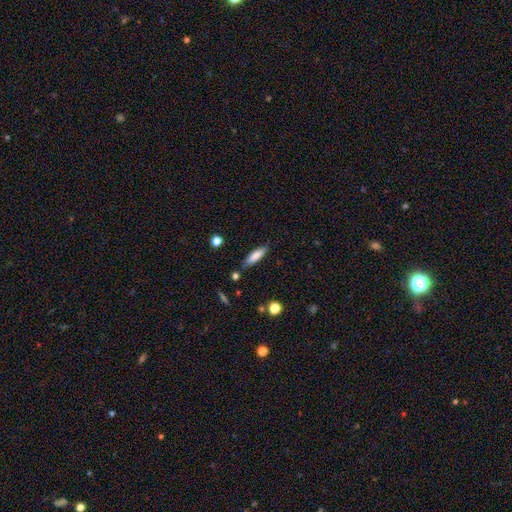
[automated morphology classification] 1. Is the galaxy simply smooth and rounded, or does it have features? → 77% smooth, 16% featured or disk, 7% star or artifact.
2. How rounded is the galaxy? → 63% cigar-shaped, 35% in between, 2% round.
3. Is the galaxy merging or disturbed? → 79% none, 14% minor disturbance, 4% merger, 3% major disturbance.